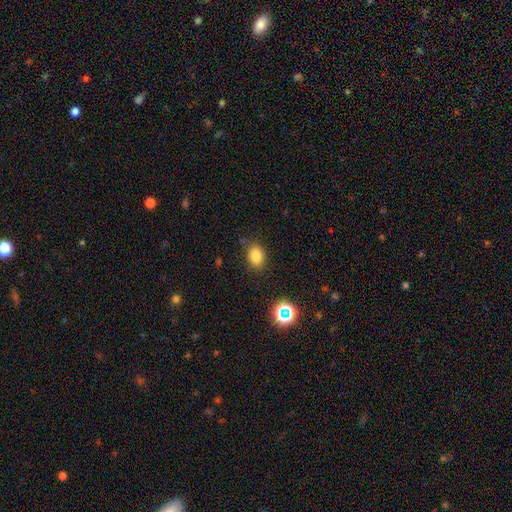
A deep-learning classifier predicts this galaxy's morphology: Smooth or featured? Predicted: smooth (p=0.82). How rounded? Predicted: in between (p=0.78). Merging? Predicted: none (p=0.83).